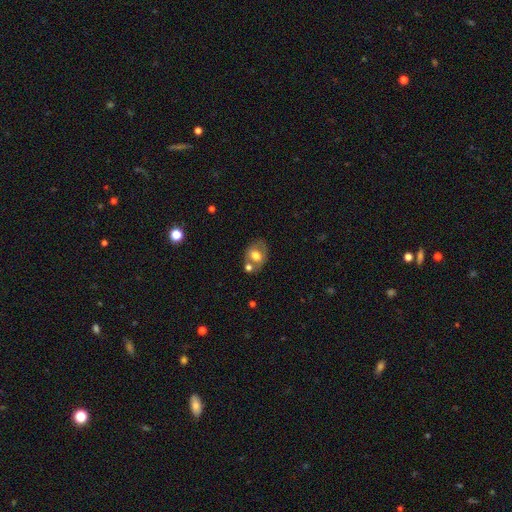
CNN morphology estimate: type=smooth (59%); roundness=in between (64%); merging=none (53%).